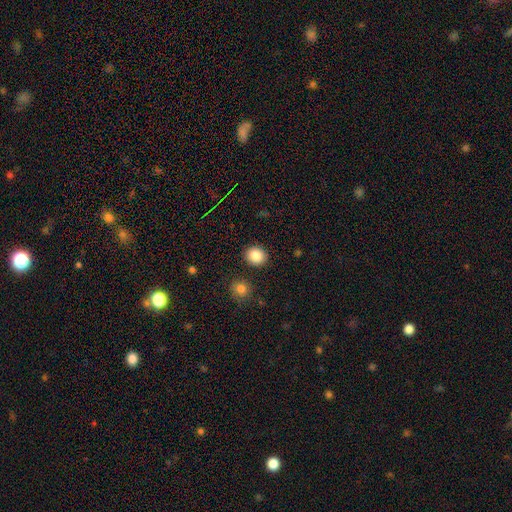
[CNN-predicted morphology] Smooth or featured? Predicted: smooth (p=0.86). How rounded? Predicted: round (p=0.69). Merging? Predicted: none (p=0.88).